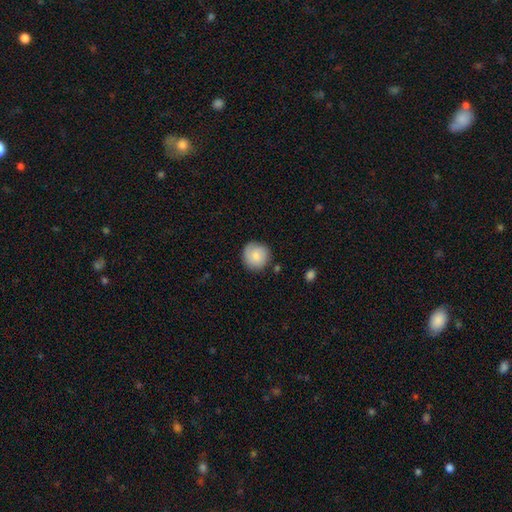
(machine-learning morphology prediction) A smooth galaxy with no disk features (78%) that is round (94%). Merging: none (84%).